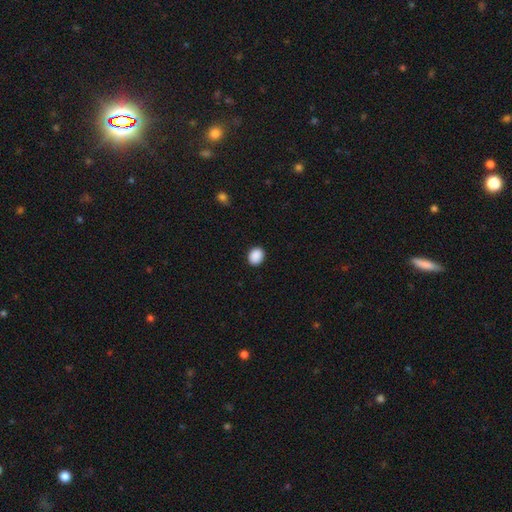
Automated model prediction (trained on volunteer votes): smooth 90%, star or artifact 8%, featured or disk 2%. Down the decision tree: how rounded — round (57%); merging — none (91%).